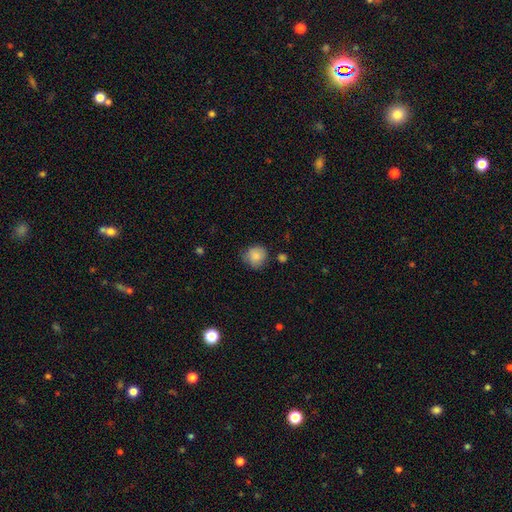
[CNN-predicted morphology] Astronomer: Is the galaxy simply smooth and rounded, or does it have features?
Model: smooth — 85%.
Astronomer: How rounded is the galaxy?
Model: round — 85%.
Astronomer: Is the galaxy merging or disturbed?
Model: none — 69%.